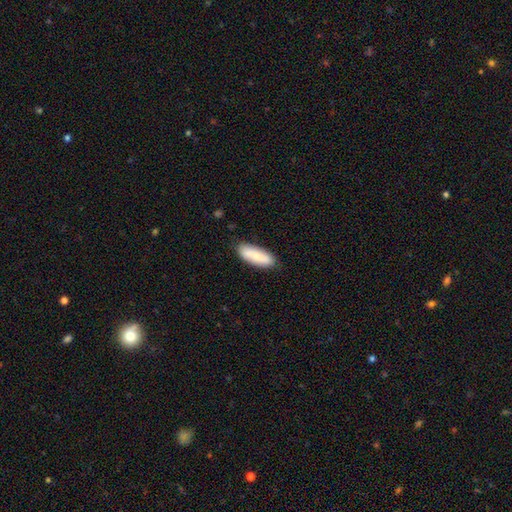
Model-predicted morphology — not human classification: This appears to be a smooth galaxy with no disk features (83%) that is in between round and cigar-shaped (64%). Merging: none (84%).